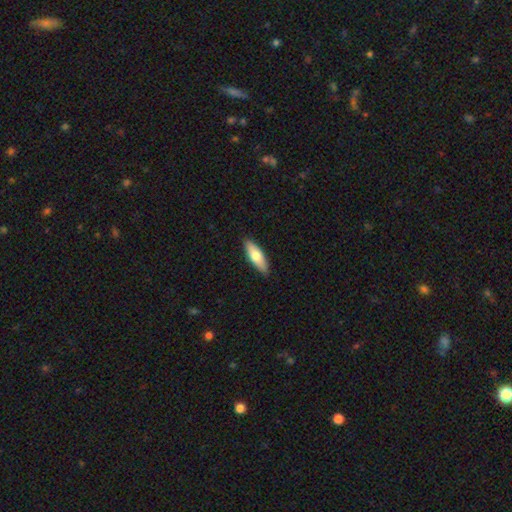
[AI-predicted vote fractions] Morphology: type=smooth (71%); roundness=in between (58%); merging=none (88%).